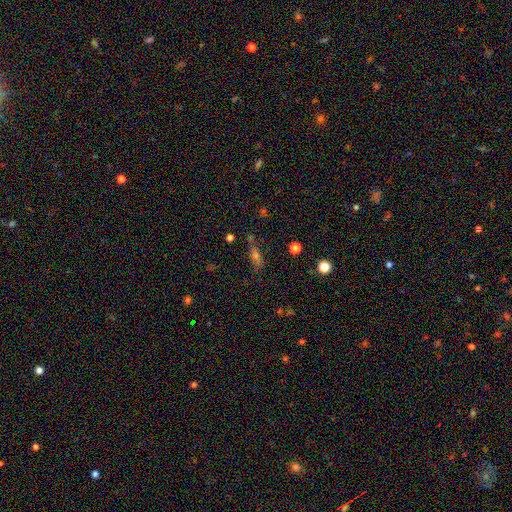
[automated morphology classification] Smooth or featured: smooth — 51% (featured or disk — 27%)
How rounded: cigar-shaped — 48% (in between — 44%)
Merging: none — 67% (minor disturbance — 19%)